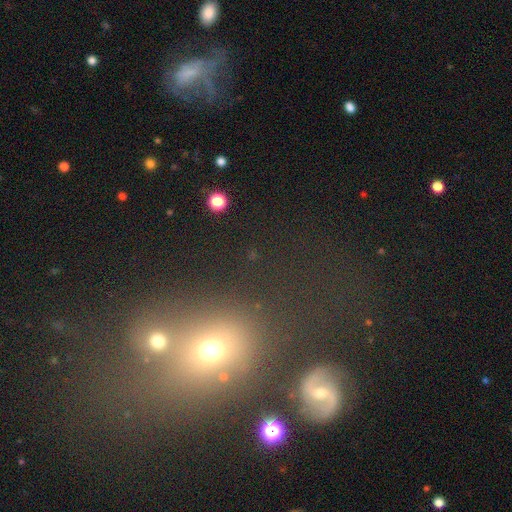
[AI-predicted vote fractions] This appears to be a smooth galaxy with no disk features (47%). Merging: none (52%).